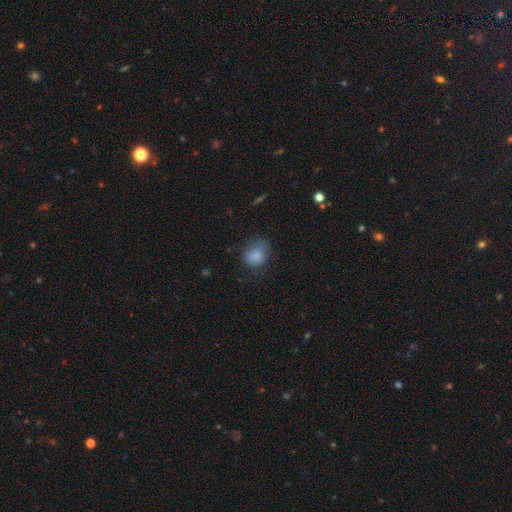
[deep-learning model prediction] Q: Smooth or featured?
A: smooth (82%); runner-up: star or artifact (10%)
Q: How rounded?
A: in between (51%); runner-up: round (48%)
Q: Merging?
A: none (53%); runner-up: minor disturbance (30%)